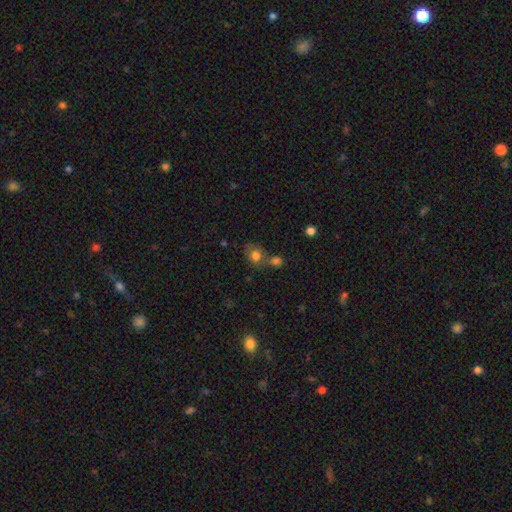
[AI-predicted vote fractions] Overall: smooth (78%). How rounded: round (62%; in between 37%). Merging: none (46%; merger 34%).